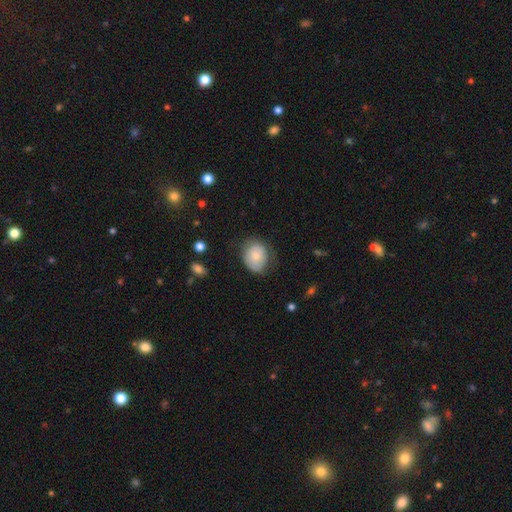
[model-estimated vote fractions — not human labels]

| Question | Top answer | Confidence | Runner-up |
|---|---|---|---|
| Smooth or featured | smooth | 71% | featured or disk (22%) |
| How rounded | round | 54% | in between (45%) |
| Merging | none | 61% | minor disturbance (28%) |